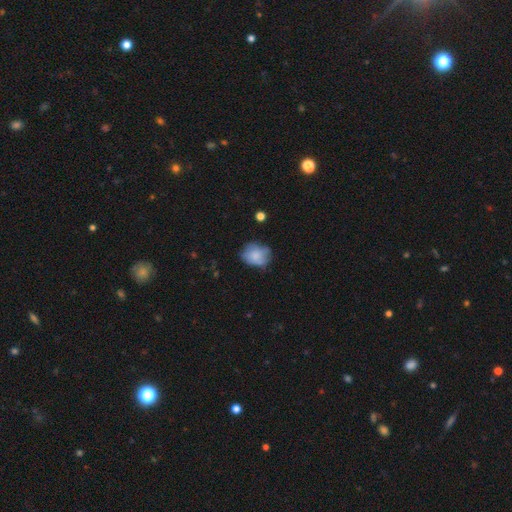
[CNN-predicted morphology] The model was most divided on "how rounded": round: 55%, in between: 44%, cigar-shaped: 1%. More confident: smooth or featured — smooth (69%); merging — none (56%).